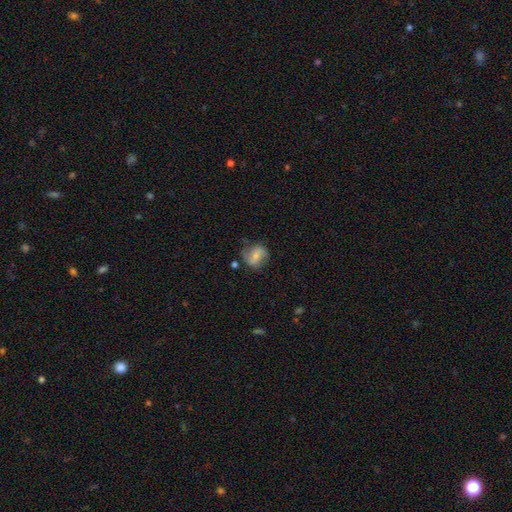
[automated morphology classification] smooth-or-featured: smooth: 46% | featured or disk: 45% | star or artifact: 8%
  merging: none: 63% | minor disturbance: 23% | major disturbance: 10% | merger: 4%